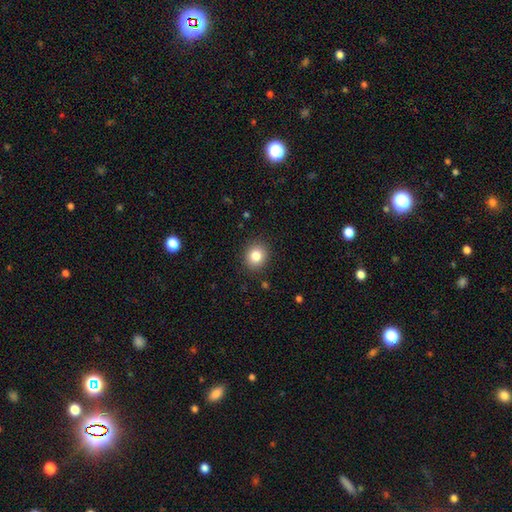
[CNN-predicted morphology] smooth 82%, star or artifact 10%, featured or disk 7%. Down the decision tree: how rounded — round (80%); merging — none (90%).